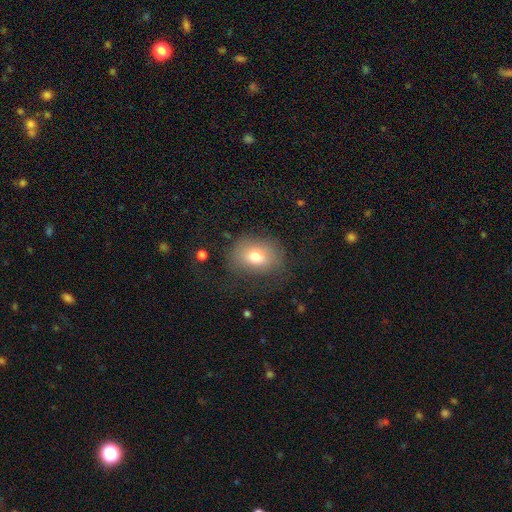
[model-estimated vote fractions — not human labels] Smooth or featured: smooth — 74% (featured or disk — 15%)
How rounded: in between — 56% (round — 43%)
Merging: none — 67% (minor disturbance — 20%)